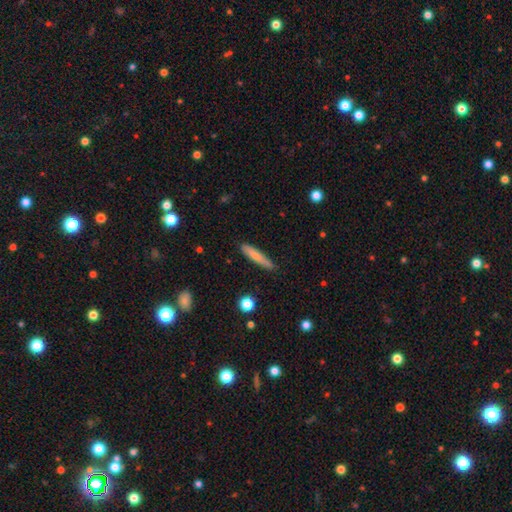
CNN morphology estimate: The model was most divided on "smooth or featured": smooth: 72%, featured or disk: 21%, star or artifact: 6%. More confident: how rounded — cigar-shaped (90%); merging — none (83%).